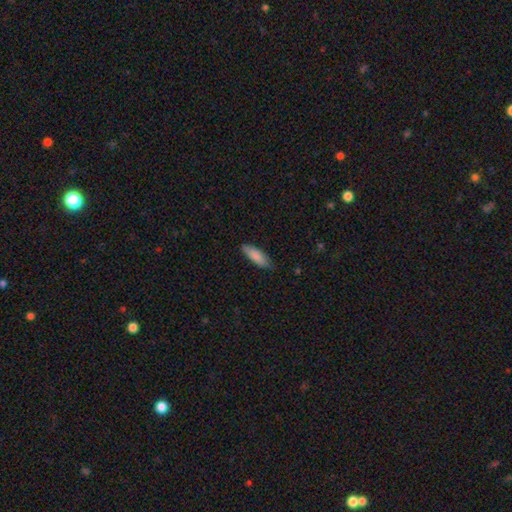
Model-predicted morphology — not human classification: smooth_or_featured: smooth (p=0.86) [alt: featured or disk p=0.09]
how_rounded: in between (p=0.55) [alt: cigar-shaped p=0.43]
merging: none (p=0.75) [alt: minor disturbance p=0.21]